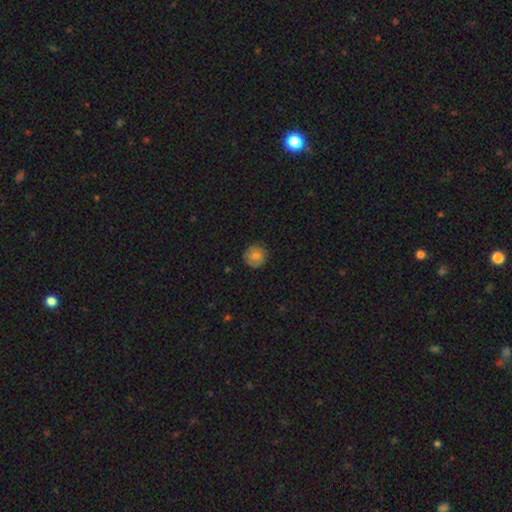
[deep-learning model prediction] Smooth or featured? smooth (72%)
How rounded? round (92%)
Merging? none (84%)